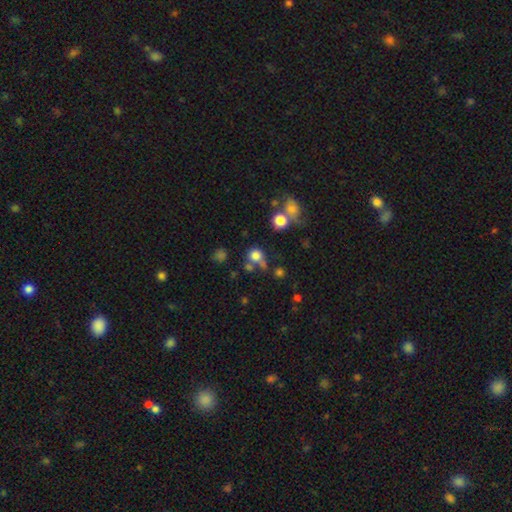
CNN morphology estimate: type=smooth (76%); roundness=round (86%); merging=none (54%).